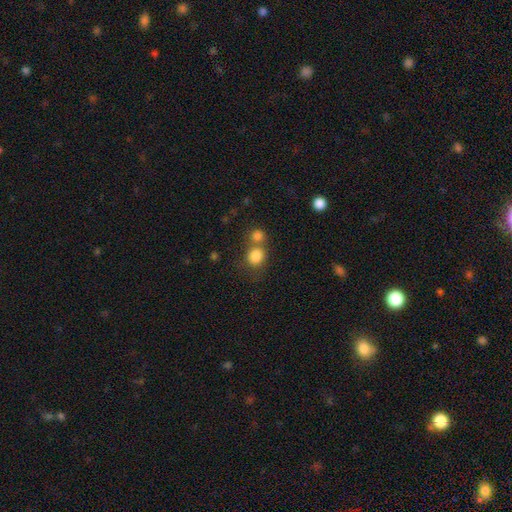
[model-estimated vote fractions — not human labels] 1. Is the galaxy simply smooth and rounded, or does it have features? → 82% smooth, 10% star or artifact, 7% featured or disk.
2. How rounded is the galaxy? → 78% round, 21% in between, 1% cigar-shaped.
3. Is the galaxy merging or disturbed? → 46% none, 41% merger, 9% minor disturbance, 4% major disturbance.